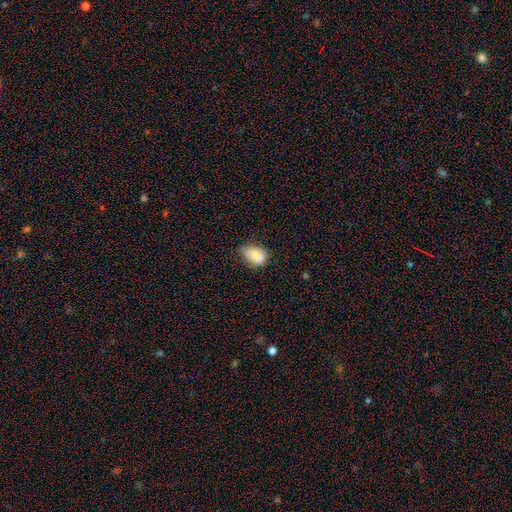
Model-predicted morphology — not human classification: type=smooth (81%); roundness=in between (79%); merging=none (55%).